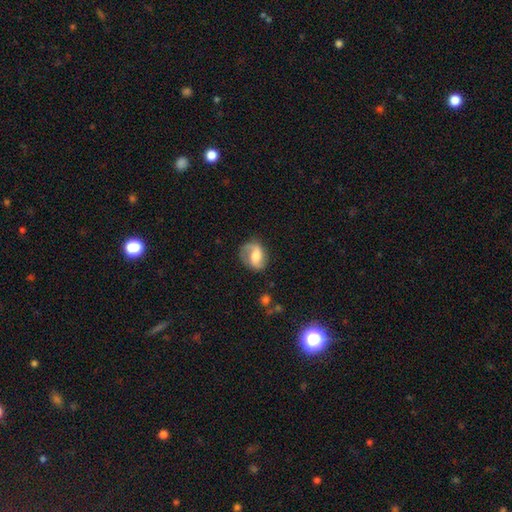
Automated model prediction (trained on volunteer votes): Smooth or featured? Predicted: featured or disk (p=0.64). Edge-on disk? Predicted: no (p=0.97). Bar? Predicted: weak (p=0.45). Spiral arms? Predicted: yes (p=0.90). Spiral winding? Predicted: loose (p=0.43). Spiral arm count? Predicted: 2 (p=0.80). Bulge size? Predicted: moderate (p=0.47). Merging? Predicted: none (p=0.70).